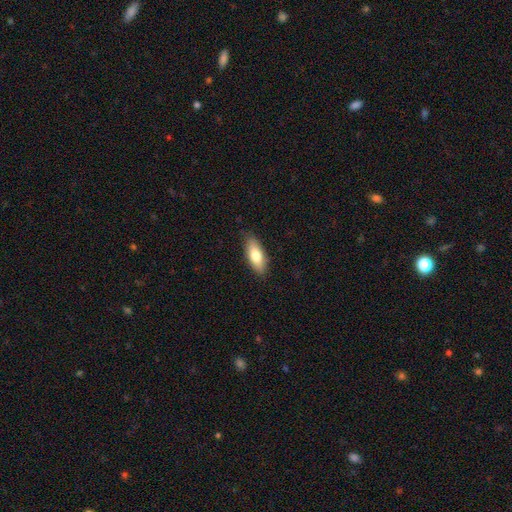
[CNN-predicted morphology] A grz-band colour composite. It shows a smooth galaxy with no disk features (76%) that is in between round and cigar-shaped (76%). Merging: none (85%).